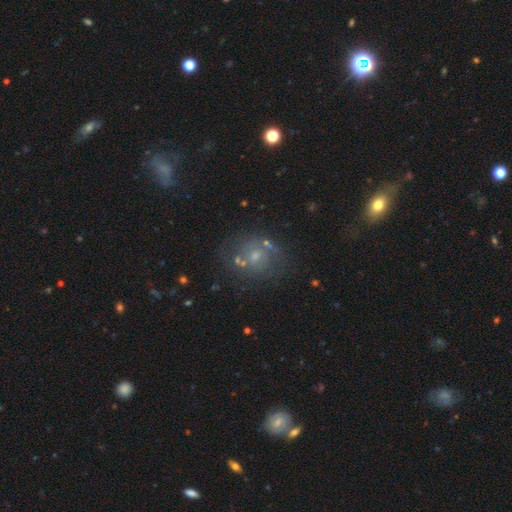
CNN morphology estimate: Q: Smooth or featured?
A: featured or disk (49%); runner-up: smooth (32%)
Q: Merging?
A: none (61%); runner-up: minor disturbance (18%)